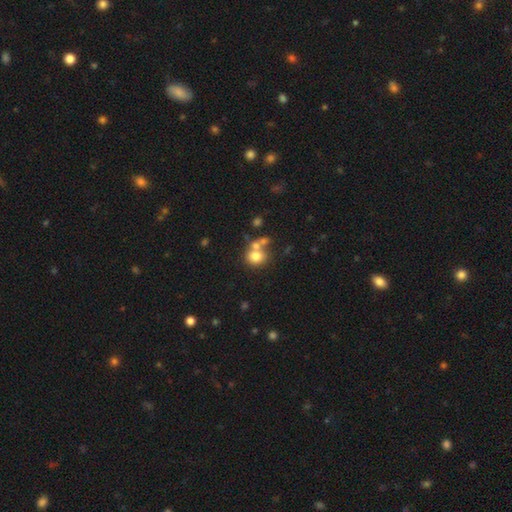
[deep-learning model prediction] Smooth or featured? Predicted: smooth (p=0.75). How rounded? Predicted: round (p=0.69). Merging? Predicted: none (p=0.45).